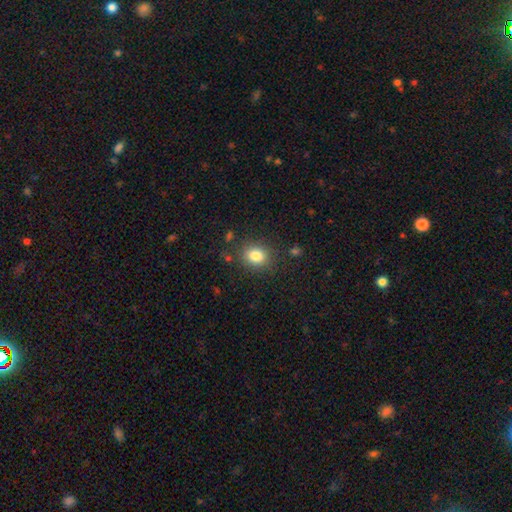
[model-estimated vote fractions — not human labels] Q: Smooth or featured?
A: smooth (83%); runner-up: star or artifact (11%)
Q: How rounded?
A: round (61%); runner-up: in between (38%)
Q: Merging?
A: none (84%); runner-up: minor disturbance (10%)